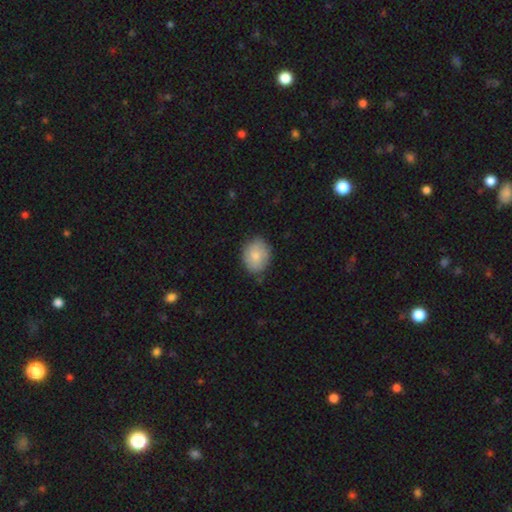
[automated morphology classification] type=smooth (79%); roundness=in between (52%); merging=none (77%).